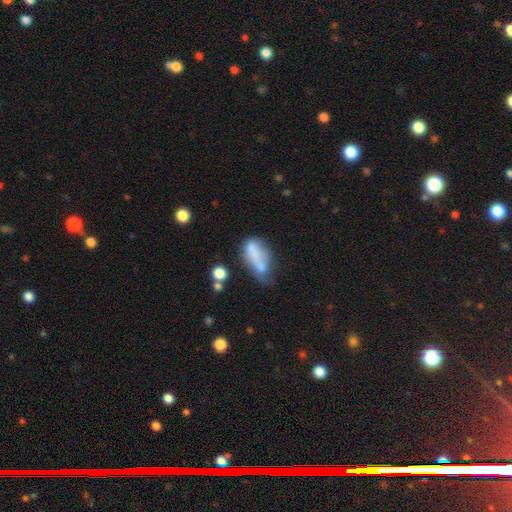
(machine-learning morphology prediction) smooth 67%, featured or disk 23%, star or artifact 11%. Down the decision tree: how rounded — in between (77%); merging — none (28%).